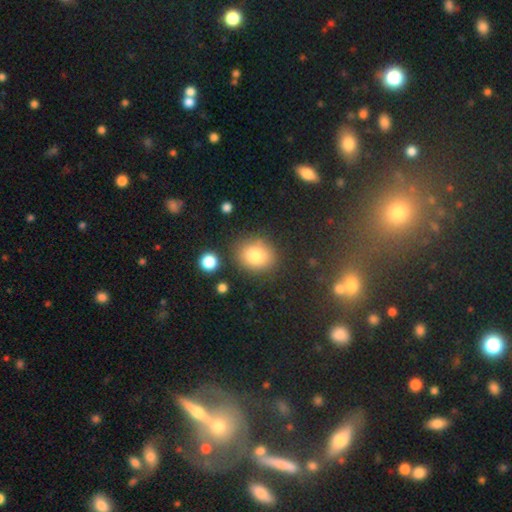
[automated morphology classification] smooth-or-featured: smooth: 81% | star or artifact: 11% | featured or disk: 8%
  how-rounded: round: 62% | in between: 37% | cigar-shaped: 1%
  merging: none: 80% | minor disturbance: 11% | merger: 5% | major disturbance: 4%